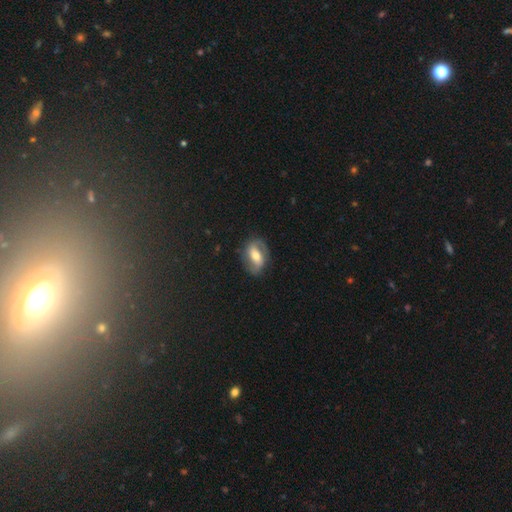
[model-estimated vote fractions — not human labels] Q: Smooth or featured?
A: featured or disk (67%); runner-up: smooth (26%)
Q: Edge-on disk?
A: no (94%); runner-up: yes (6%)
Q: Bar?
A: strong (41%); runner-up: weak (36%)
Q: Spiral arms?
A: yes (83%); runner-up: no (17%)
Q: Spiral winding?
A: medium (44%); runner-up: loose (31%)
Q: Spiral arm count?
A: 2 (86%); runner-up: can't tell (7%)
Q: Bulge size?
A: moderate (64%); runner-up: small (23%)
Q: Merging?
A: none (77%); runner-up: minor disturbance (15%)